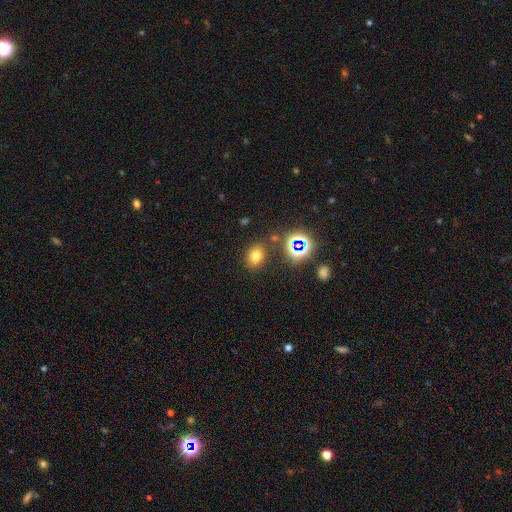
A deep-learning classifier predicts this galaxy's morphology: The model was most divided on "how rounded": in between: 57%, round: 42%, cigar-shaped: 1%. More confident: merging — none (80%); smooth or featured — smooth (69%).